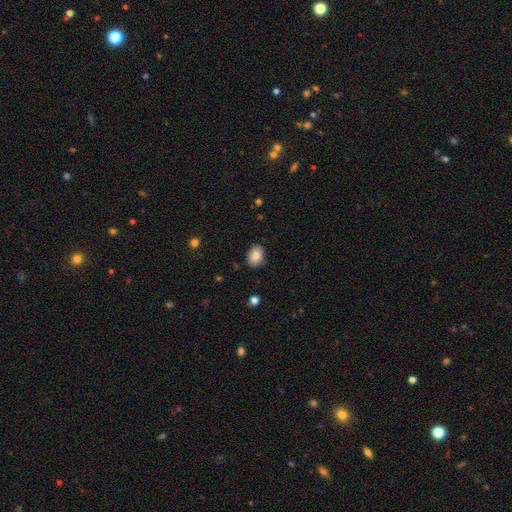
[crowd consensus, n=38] This is clearly a smooth galaxy (89%). How rounded: likely in between (65%). Merging: clearly none (91%).